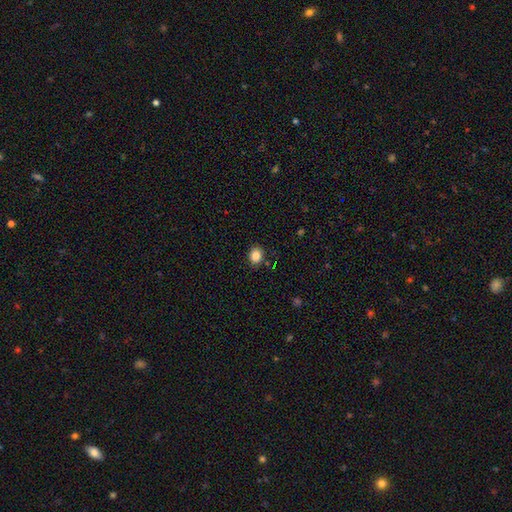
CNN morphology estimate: The model was most divided on "how rounded": round: 66%, in between: 33%, cigar-shaped: 1%. More confident: merging — none (87%); smooth or featured — smooth (85%).